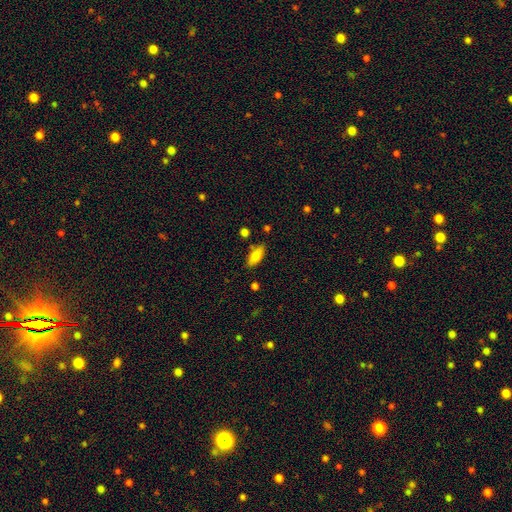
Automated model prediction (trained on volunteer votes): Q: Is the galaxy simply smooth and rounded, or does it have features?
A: smooth — 78%.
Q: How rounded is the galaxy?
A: in between — 81%.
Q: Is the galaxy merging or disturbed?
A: none — 81%.